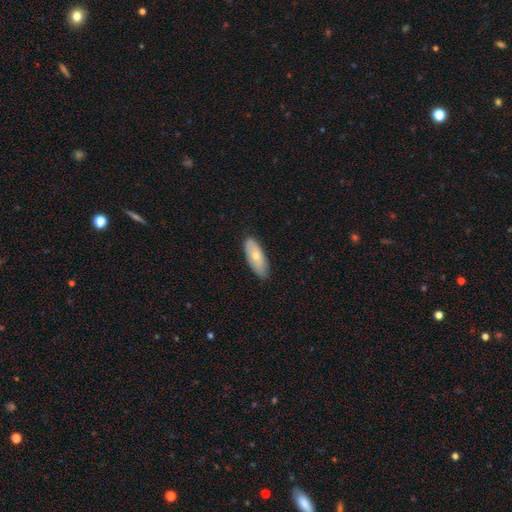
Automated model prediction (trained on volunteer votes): Smooth or featured? smooth (63%)
How rounded? in between (80%)
Merging? none (82%)